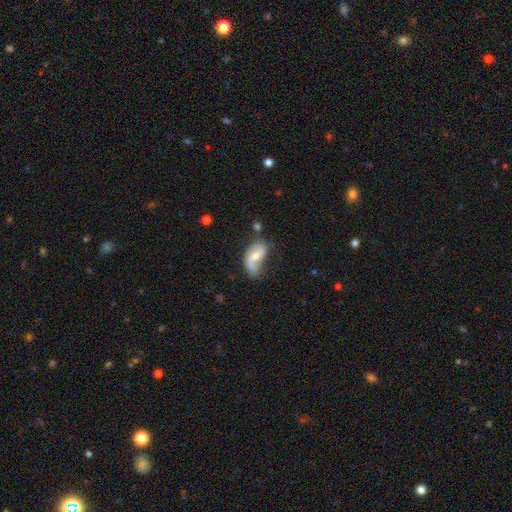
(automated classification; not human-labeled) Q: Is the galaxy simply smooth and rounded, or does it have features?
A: featured or disk — 54%.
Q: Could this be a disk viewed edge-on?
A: no — 95%.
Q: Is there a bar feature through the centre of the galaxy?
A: no — 45%.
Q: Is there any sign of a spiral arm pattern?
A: yes — 80%.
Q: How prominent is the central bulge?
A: moderate — 53%.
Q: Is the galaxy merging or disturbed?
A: none — 41%.